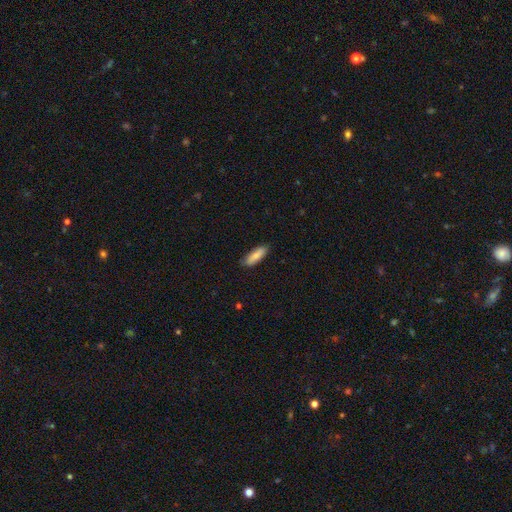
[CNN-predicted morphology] smooth 82%, featured or disk 12%, star or artifact 6%. Down the decision tree: how rounded — in between (51%); merging — none (84%).